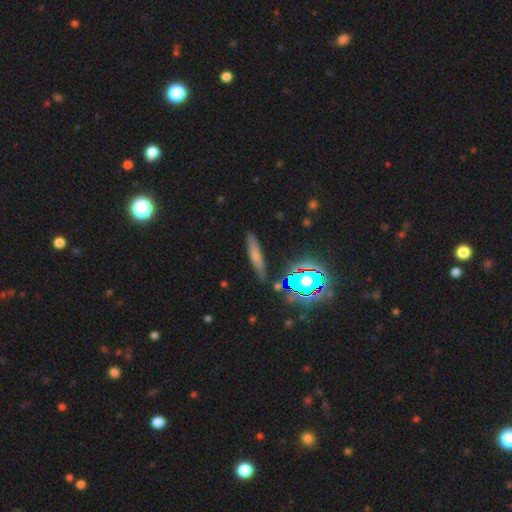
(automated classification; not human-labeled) Smooth or featured: smooth — 56% (featured or disk — 28%)
How rounded: cigar-shaped — 85% (in between — 12%)
Merging: none — 84% (minor disturbance — 11%)